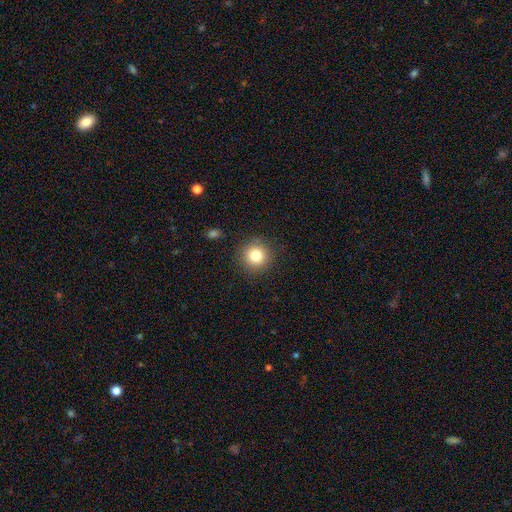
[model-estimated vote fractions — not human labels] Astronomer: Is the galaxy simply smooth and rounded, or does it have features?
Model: smooth — 81%.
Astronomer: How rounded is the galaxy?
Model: round — 94%.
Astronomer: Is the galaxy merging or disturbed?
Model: none — 90%.